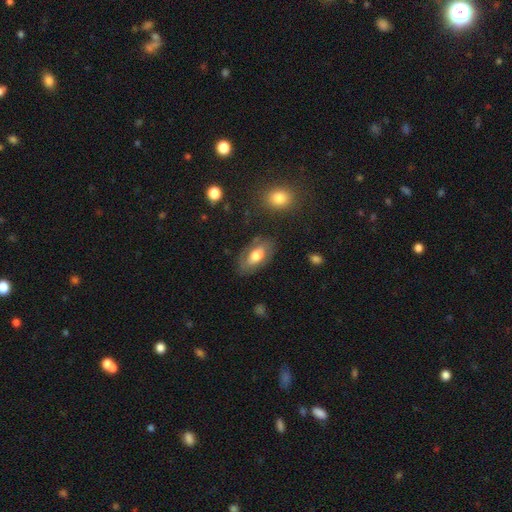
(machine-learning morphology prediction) smooth-or-featured: smooth: 57% | featured or disk: 36% | star or artifact: 7%
  how-rounded: in between: 92% | round: 4% | cigar-shaped: 4%
  merging: none: 74% | minor disturbance: 17% | major disturbance: 7% | merger: 2%